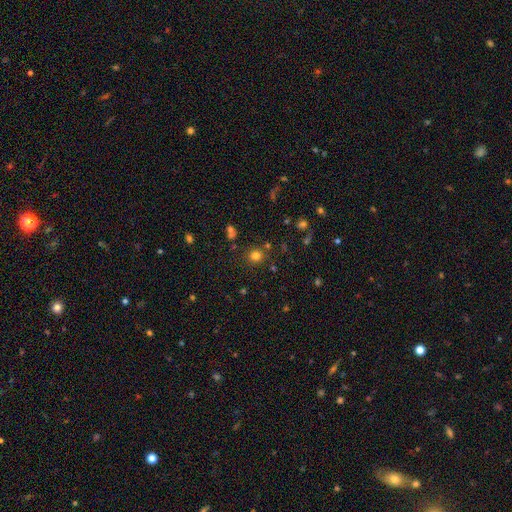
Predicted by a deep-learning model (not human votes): This appears to be a smooth galaxy with no disk features (76%) that is round (87%). Merging: none (84%).